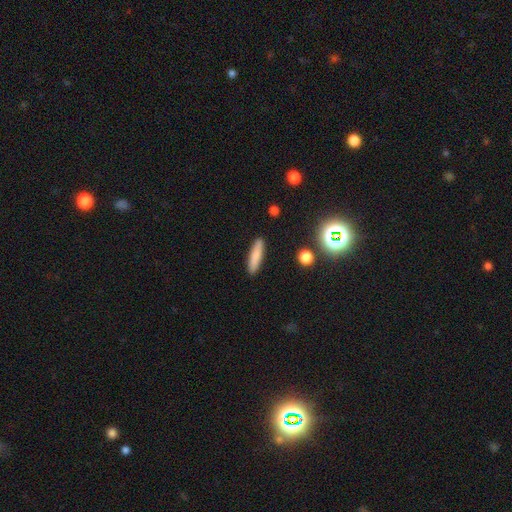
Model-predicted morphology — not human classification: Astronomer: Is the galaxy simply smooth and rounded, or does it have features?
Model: smooth — 79%.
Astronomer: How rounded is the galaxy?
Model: cigar-shaped — 81%.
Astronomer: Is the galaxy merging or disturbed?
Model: none — 90%.